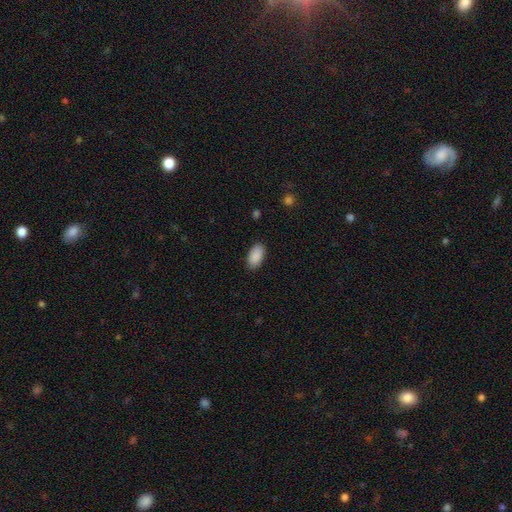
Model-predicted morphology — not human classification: Smooth or featured?
  - smooth: 90% *
  - star or artifact: 6%
  - featured or disk: 3%
How rounded?
  - in between: 95% *
  - round: 3%
  - cigar-shaped: 2%
Merging?
  - none: 87% *
  - minor disturbance: 10%
  - major disturbance: 2%
  - merger: 1%